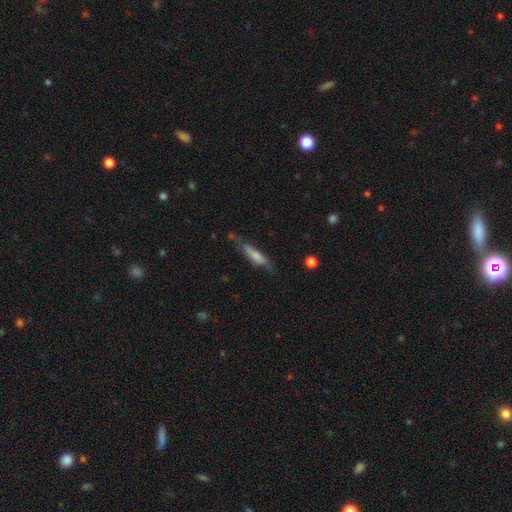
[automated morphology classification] Smooth or featured?
  - smooth: 60% *
  - featured or disk: 34%
  - star or artifact: 6%
How rounded?
  - cigar-shaped: 76% *
  - in between: 22%
  - round: 2%
Merging?
  - none: 61% *
  - minor disturbance: 26%
  - major disturbance: 9%
  - merger: 3%